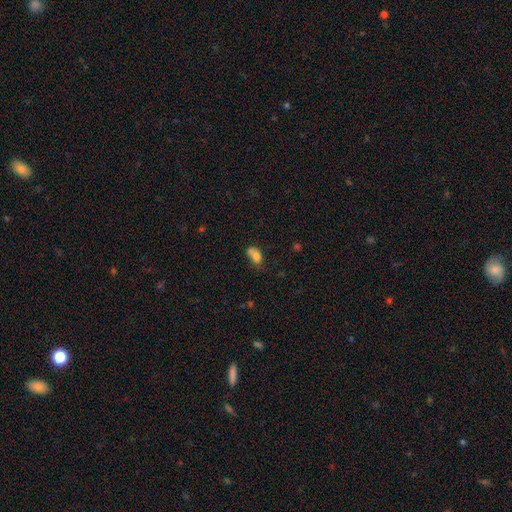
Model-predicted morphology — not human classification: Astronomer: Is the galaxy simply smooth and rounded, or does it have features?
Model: smooth — 75%.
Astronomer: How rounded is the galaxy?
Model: in between — 67%.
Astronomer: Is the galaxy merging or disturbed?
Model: merger — 46% (runner-up: none, 28%).